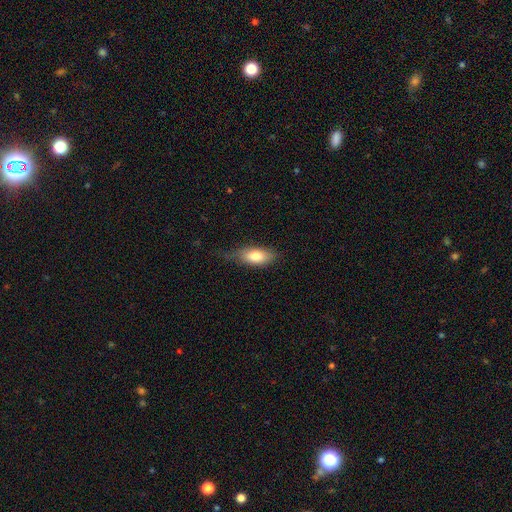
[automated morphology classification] smooth 77%, featured or disk 16%, star or artifact 7%. Down the decision tree: how rounded — in between (85%); merging — none (59%).